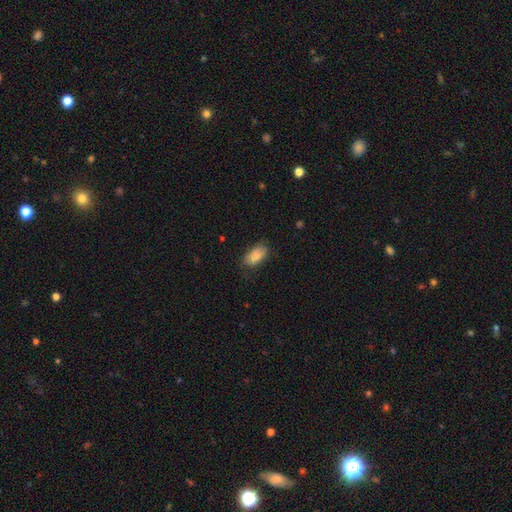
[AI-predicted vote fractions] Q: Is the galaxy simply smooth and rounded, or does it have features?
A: smooth — 85%.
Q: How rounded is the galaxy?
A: in between — 91%.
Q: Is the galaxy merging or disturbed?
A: none — 72%.